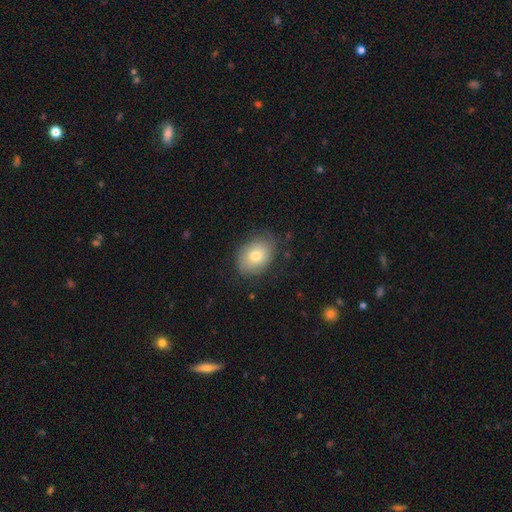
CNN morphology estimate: A smooth galaxy with no disk features (72%) that is in between round and cigar-shaped (63%).

Vote fractions:
- Smooth or featured? smooth: 72% / featured or disk: 19% / star or artifact: 9%
- How rounded? in between: 63% / round: 36% / cigar-shaped: 1%
- Merging? none: 73% / minor disturbance: 20% / major disturbance: 5% / merger: 1%